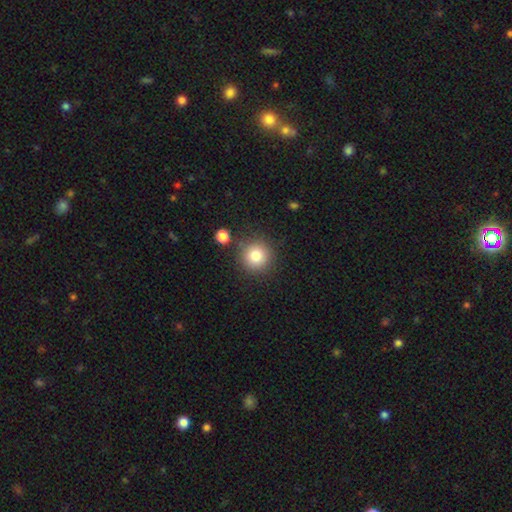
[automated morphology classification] Q: Smooth or featured?
A: smooth (81%); runner-up: star or artifact (11%)
Q: How rounded?
A: round (94%); runner-up: in between (5%)
Q: Merging?
A: none (83%); runner-up: minor disturbance (9%)